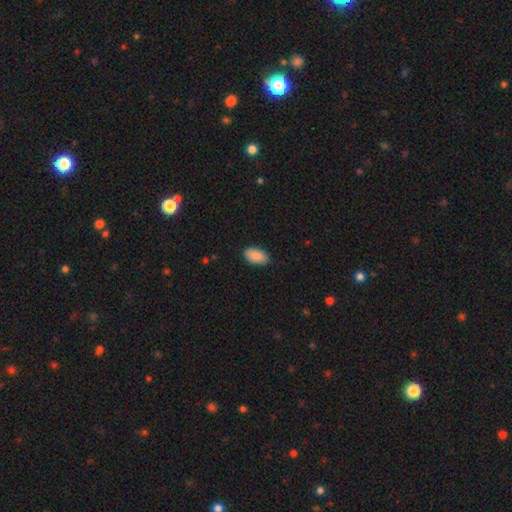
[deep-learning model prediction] The model was most divided on "merging": none: 86%, minor disturbance: 11%, major disturbance: 2%, merger: 1%. More confident: how rounded — in between (95%); smooth or featured — smooth (89%).